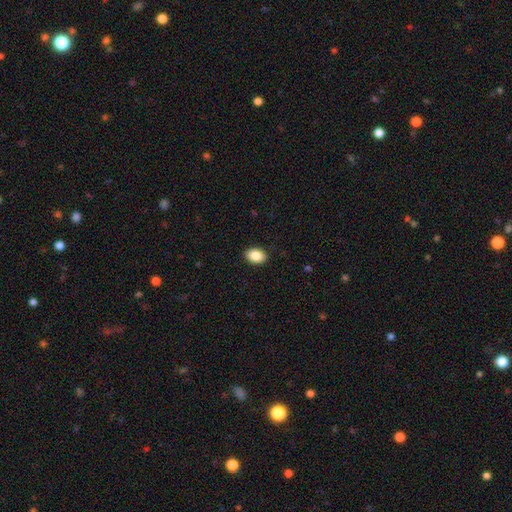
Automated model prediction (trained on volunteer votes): Smooth or featured: smooth — 88% (star or artifact — 7%)
How rounded: in between — 82% (round — 17%)
Merging: none — 90% (minor disturbance — 7%)